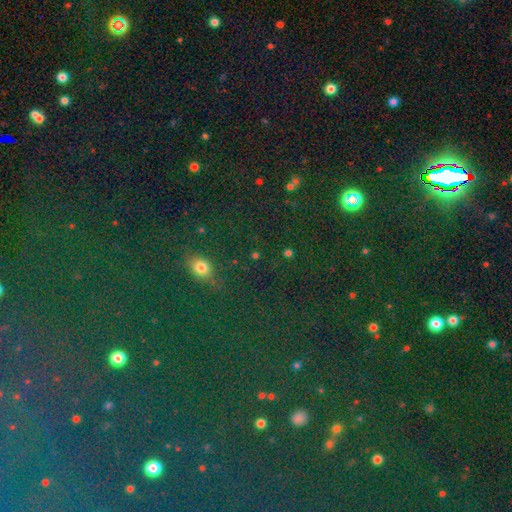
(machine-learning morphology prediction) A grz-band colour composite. It shows a smooth galaxy with no disk features (46%). Merging: none (80%).